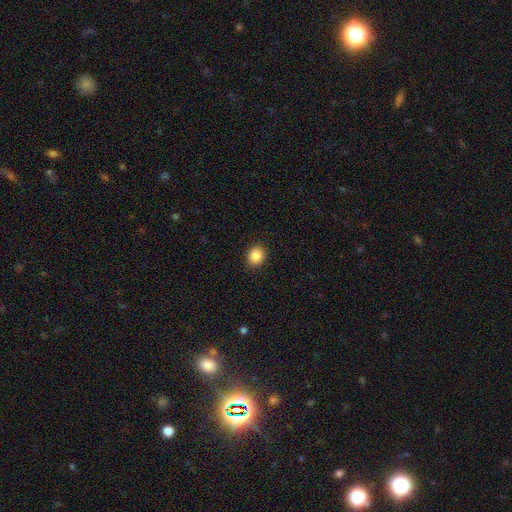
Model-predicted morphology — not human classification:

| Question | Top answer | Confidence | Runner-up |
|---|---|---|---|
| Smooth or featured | smooth | 87% | star or artifact (9%) |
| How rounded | round | 72% | in between (27%) |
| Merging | none | 91% | minor disturbance (6%) |